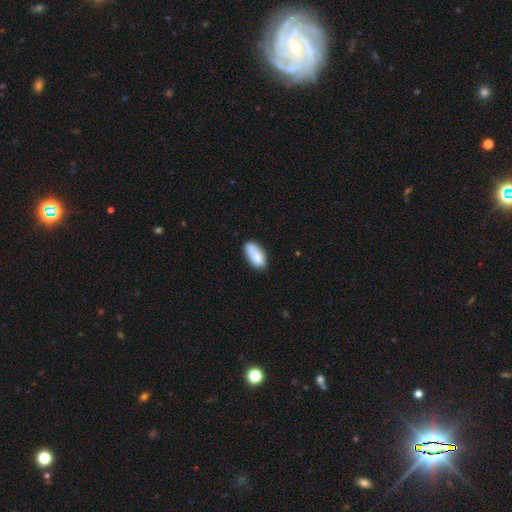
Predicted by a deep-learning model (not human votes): smooth-or-featured: smooth: 84% | featured or disk: 9% | star or artifact: 7%
  how-rounded: in between: 89% | cigar-shaped: 9% | round: 2%
  merging: none: 66% | minor disturbance: 23% | merger: 6% | major disturbance: 5%